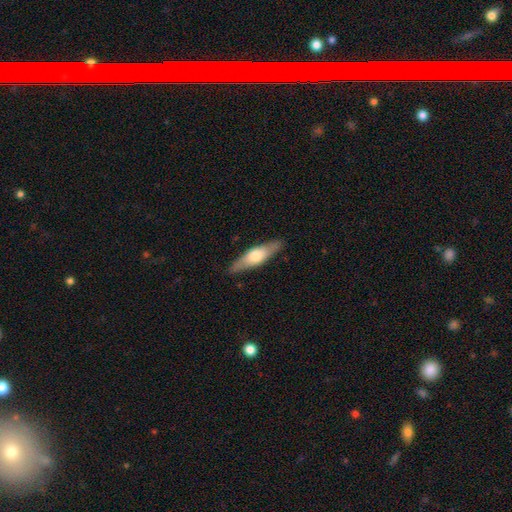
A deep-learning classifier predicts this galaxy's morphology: A smooth galaxy with no disk features (50%) that is cigar-shaped (64%).

Vote fractions:
- Smooth or featured? smooth: 50% / featured or disk: 45% / star or artifact: 5%
- How rounded? cigar-shaped: 64% / in between: 34% / round: 2%
- Merging? none: 87% / minor disturbance: 10% / major disturbance: 2% / merger: 1%